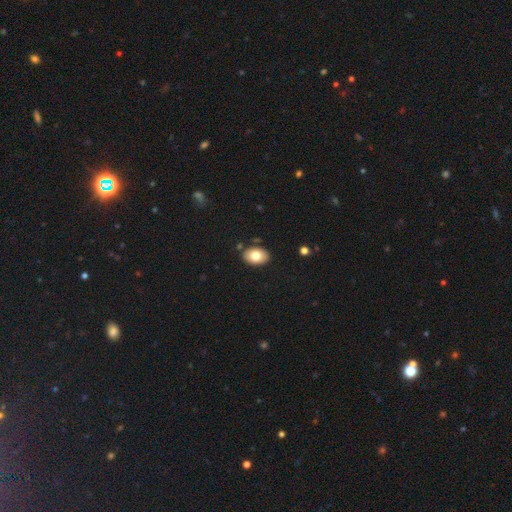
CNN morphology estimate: Smooth or featured? Predicted: smooth (p=0.77). How rounded? Predicted: in between (p=0.85). Merging? Predicted: none (p=0.85).